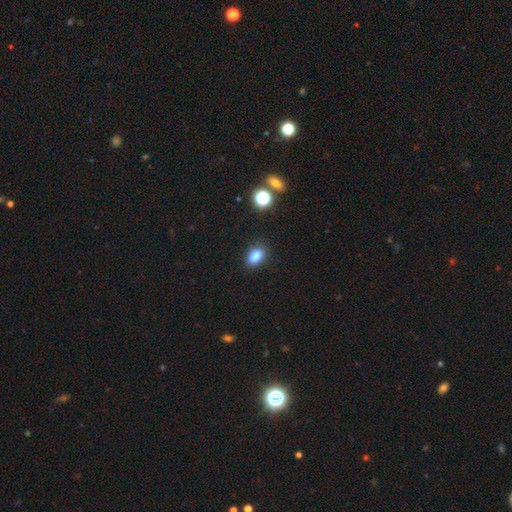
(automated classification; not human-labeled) Smooth or featured?
  - smooth: 83% *
  - star or artifact: 11%
  - featured or disk: 5%
How rounded?
  - in between: 83% *
  - round: 15%
  - cigar-shaped: 2%
Merging?
  - none: 84% *
  - minor disturbance: 11%
  - major disturbance: 3%
  - merger: 2%